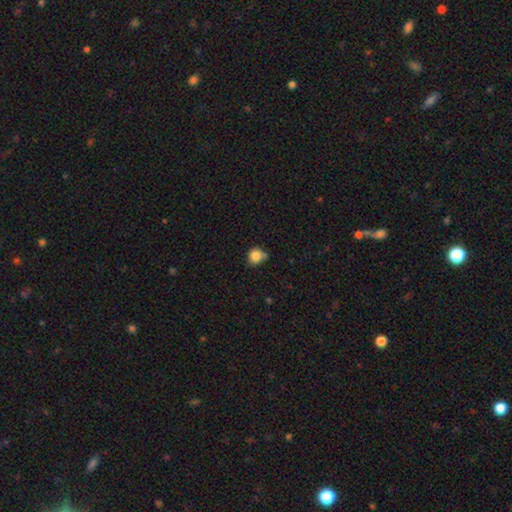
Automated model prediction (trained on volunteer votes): Smooth or featured? Predicted: smooth (p=0.84). How rounded? Predicted: round (p=0.83). Merging? Predicted: none (p=0.63).